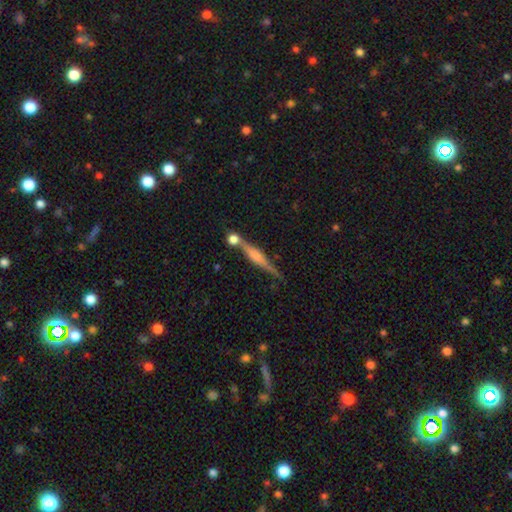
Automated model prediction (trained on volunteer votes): A featured or disk galaxy (73%) viewed edge-on (96%) with a rounded central bulge (59%). Merging: none (71%).